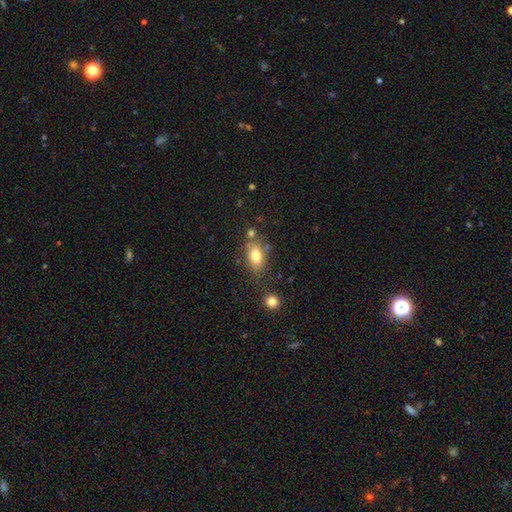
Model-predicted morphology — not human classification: Smooth or featured? Predicted: smooth (p=0.79). How rounded? Predicted: in between (p=0.83). Merging? Predicted: none (p=0.67).